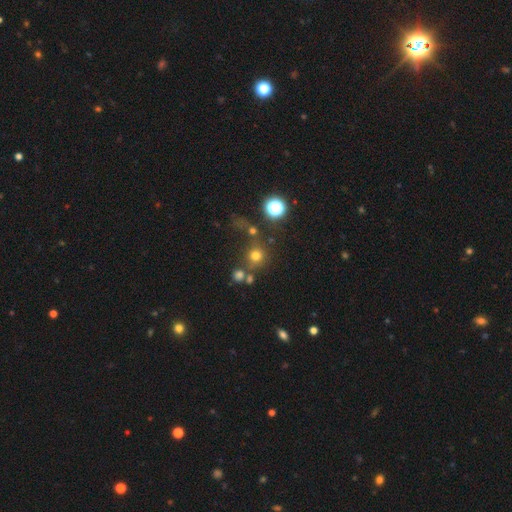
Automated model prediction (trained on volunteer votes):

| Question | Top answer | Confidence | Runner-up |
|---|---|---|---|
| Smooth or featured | smooth | 68% | star or artifact (23%) |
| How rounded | round | 91% | in between (8%) |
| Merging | none | 69% | merger (15%) |